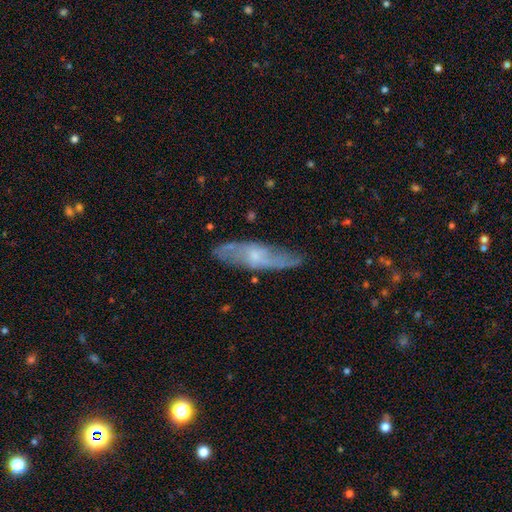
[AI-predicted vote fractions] Morphology: type=featured or disk (66%); edge-on=no (70%); merging=none (73%).